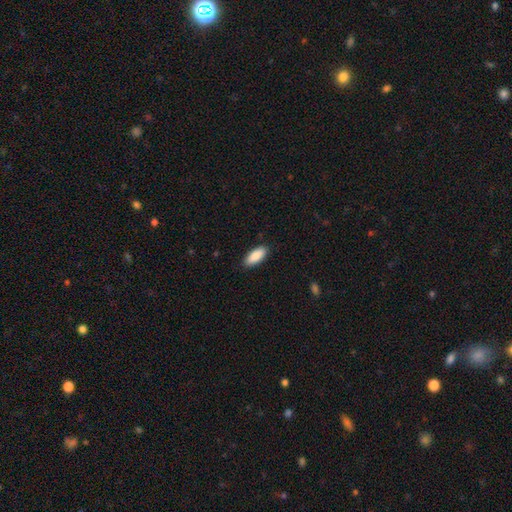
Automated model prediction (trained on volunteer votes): This appears to be a smooth galaxy with no disk features (88%) that is in between round and cigar-shaped (81%). Merging: none (88%).